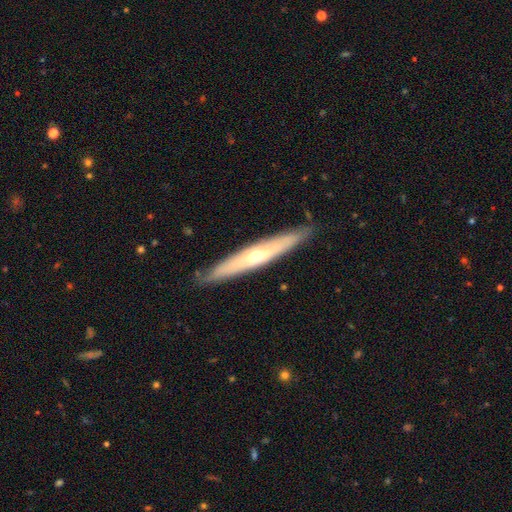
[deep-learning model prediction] featured or disk 63%, smooth 31%, star or artifact 6%. Down the decision tree: edge-on disk — yes (84%); edge-on bulge — rounded (78%); merging — none (88%).